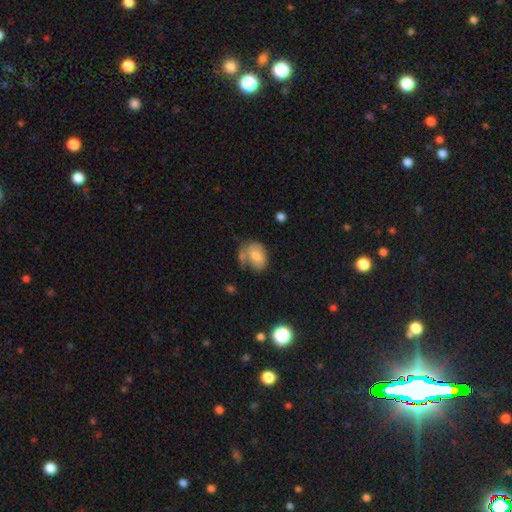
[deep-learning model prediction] Smooth or featured? Predicted: smooth (p=0.74). How rounded? Predicted: in between (p=0.75). Merging? Predicted: none (p=0.41).